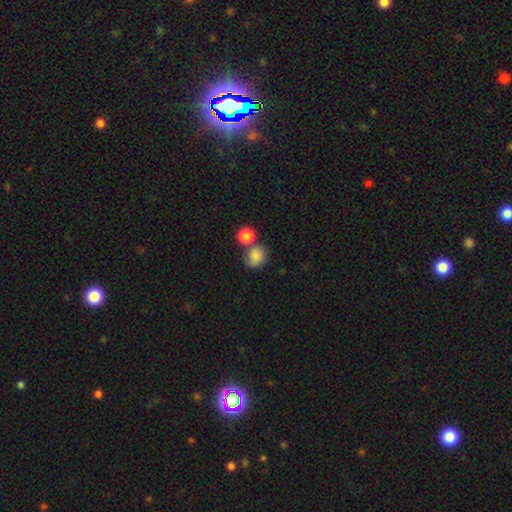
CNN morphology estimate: This appears to be a smooth galaxy with no disk features (74%) that is round (68%). Merging: none (46%).